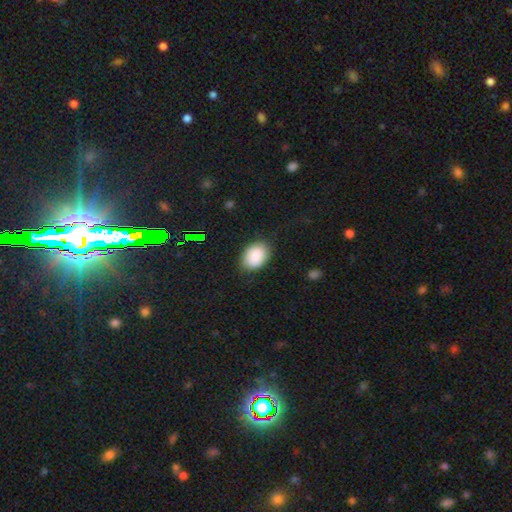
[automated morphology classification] This is clearly a smooth galaxy (88%). How rounded: likely in between (79%). Merging: clearly none (82%).